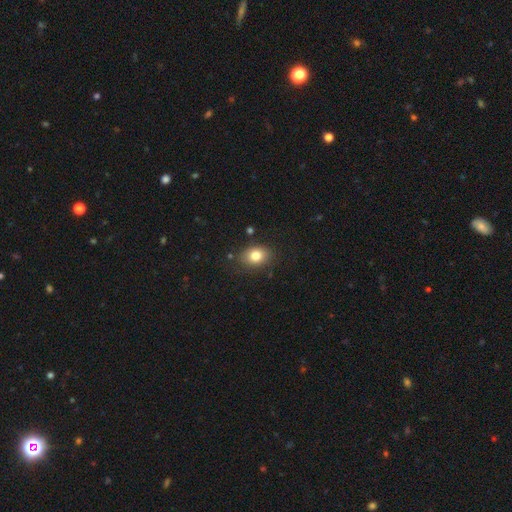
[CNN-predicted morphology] Q: Smooth or featured?
A: smooth (81%); runner-up: star or artifact (10%)
Q: How rounded?
A: in between (60%); runner-up: round (39%)
Q: Merging?
A: none (83%); runner-up: minor disturbance (12%)